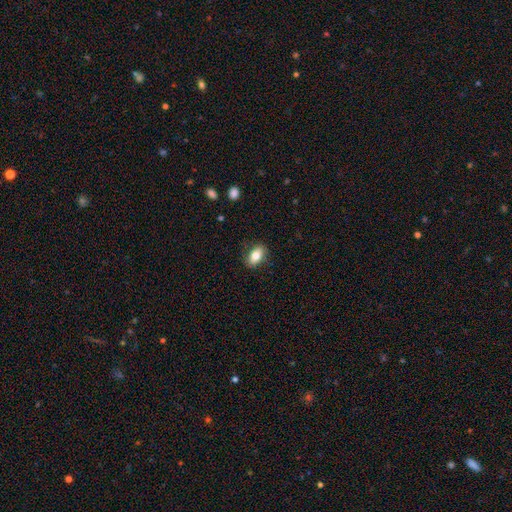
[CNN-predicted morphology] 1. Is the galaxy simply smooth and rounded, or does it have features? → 80% smooth, 13% featured or disk, 7% star or artifact.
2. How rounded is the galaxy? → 89% in between, 7% round, 4% cigar-shaped.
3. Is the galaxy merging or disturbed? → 85% none, 12% minor disturbance, 3% major disturbance, 1% merger.